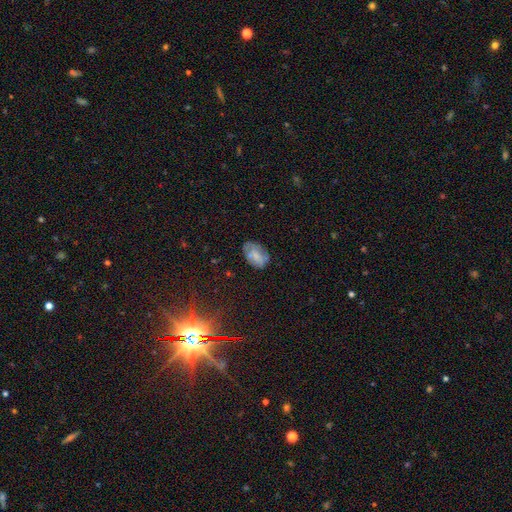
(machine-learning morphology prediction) A smooth galaxy with no disk features (64%) that is in between round and cigar-shaped (90%). Merging: none (64%).